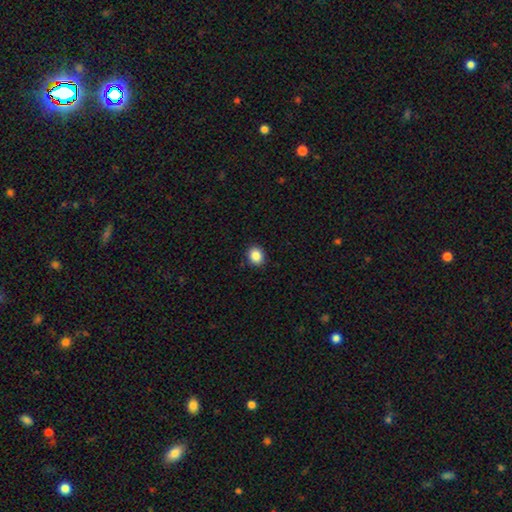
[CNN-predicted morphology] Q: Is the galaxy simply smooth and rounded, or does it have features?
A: smooth — 87%.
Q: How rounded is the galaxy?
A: round — 63%.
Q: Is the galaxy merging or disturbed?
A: none — 90%.